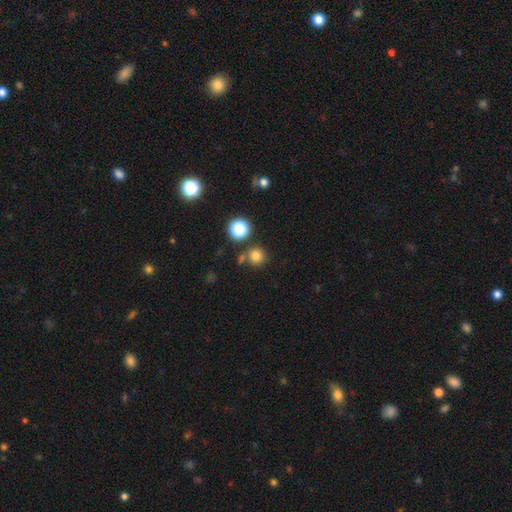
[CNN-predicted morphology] A smooth galaxy with no disk features (78%) that is round (93%).

Vote fractions:
- Smooth or featured? smooth: 78% / star or artifact: 16% / featured or disk: 6%
- How rounded? round: 93% / in between: 6% / cigar-shaped: 1%
- Merging? none: 76% / merger: 12% / minor disturbance: 8% / major disturbance: 3%